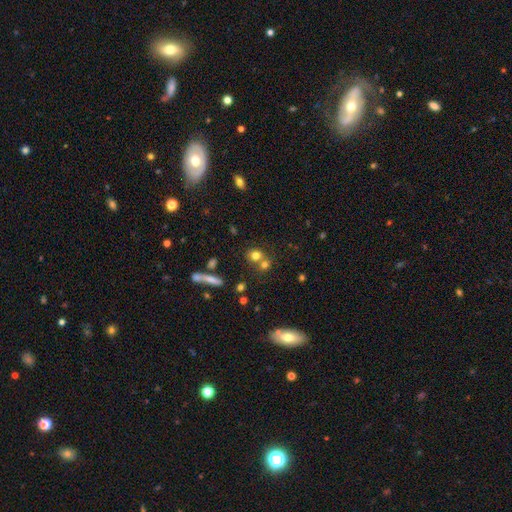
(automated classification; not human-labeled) Smooth or featured: smooth — 72% (star or artifact — 16%)
How rounded: round — 80% (in between — 17%)
Merging: none — 50% (merger — 38%)